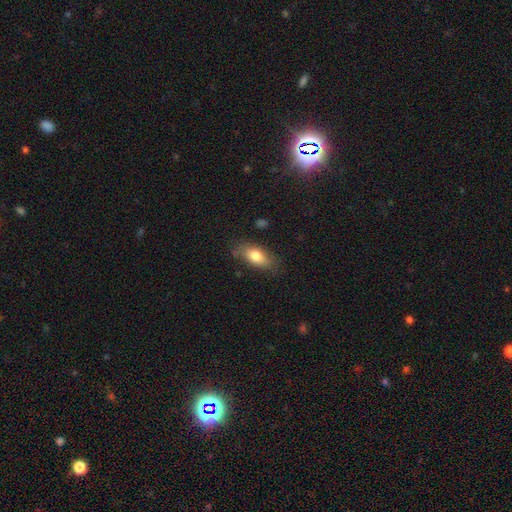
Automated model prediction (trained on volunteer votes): Smooth or featured? Predicted: smooth (p=0.77). How rounded? Predicted: in between (p=0.84). Merging? Predicted: none (p=0.72).